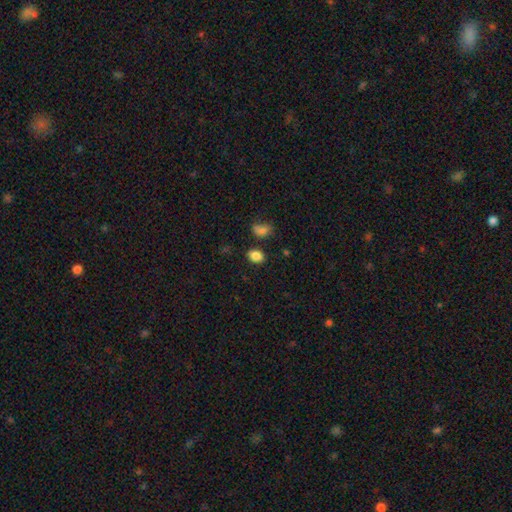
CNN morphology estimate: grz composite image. It shows a smooth galaxy with no disk features (85%) that is in between round and cigar-shaped (72%). Merging: none (80%).